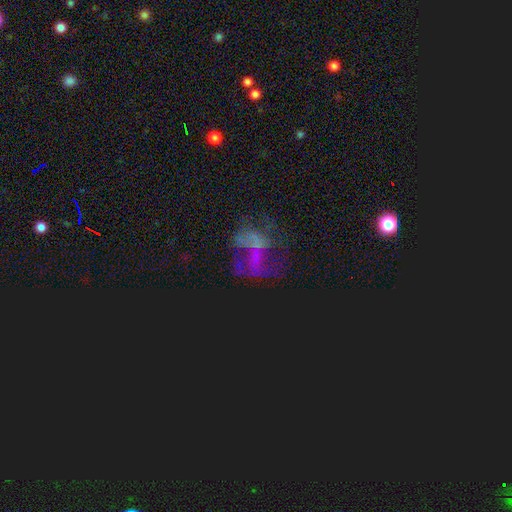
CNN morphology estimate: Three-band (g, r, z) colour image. It shows a featured or disk galaxy (45%). Merging: none (38%).